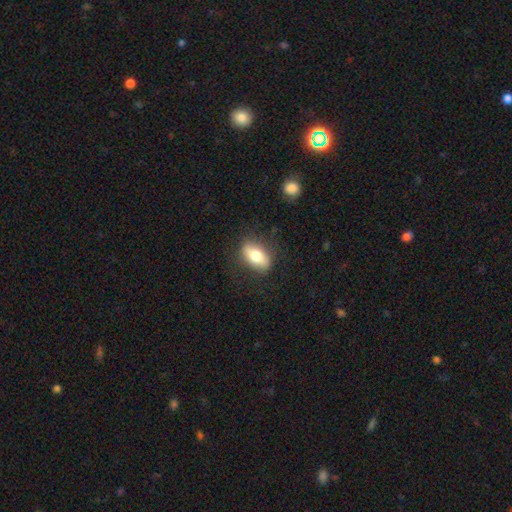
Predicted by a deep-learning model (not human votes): Smooth or featured: smooth — 72% (featured or disk — 21%)
How rounded: in between — 85% (round — 9%)
Merging: none — 82% (minor disturbance — 13%)